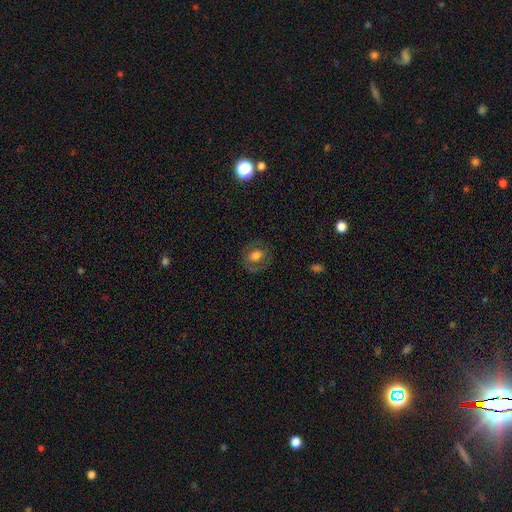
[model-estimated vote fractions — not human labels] Smooth or featured? smooth (60%)
How rounded? round (54%)
Merging? none (76%)